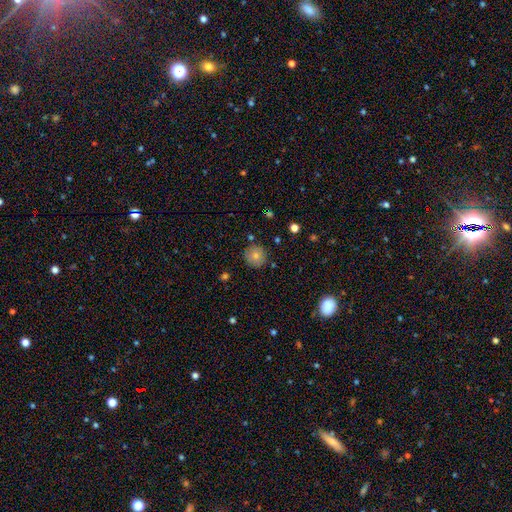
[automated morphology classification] A smooth galaxy with no disk features (77%) that is round (94%). Merging: none (87%).